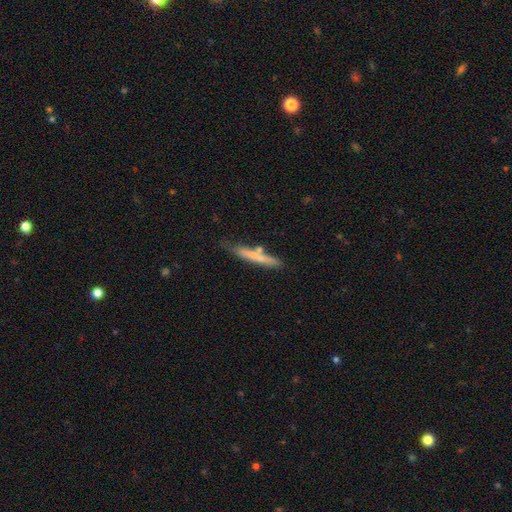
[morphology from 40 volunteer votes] This appears to be a smooth galaxy with no disk features (48%) that is cigar-shaped (84%). Merging: none (58%).